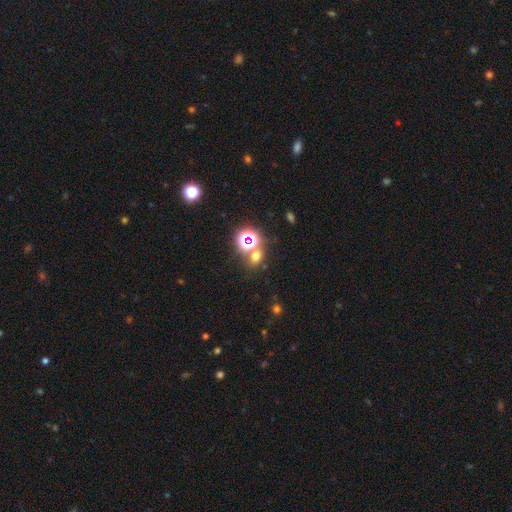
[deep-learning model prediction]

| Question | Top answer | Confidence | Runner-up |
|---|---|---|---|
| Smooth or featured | smooth | 52% | star or artifact (40%) |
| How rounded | round | 67% | in between (31%) |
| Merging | none | 70% | merger (17%) |